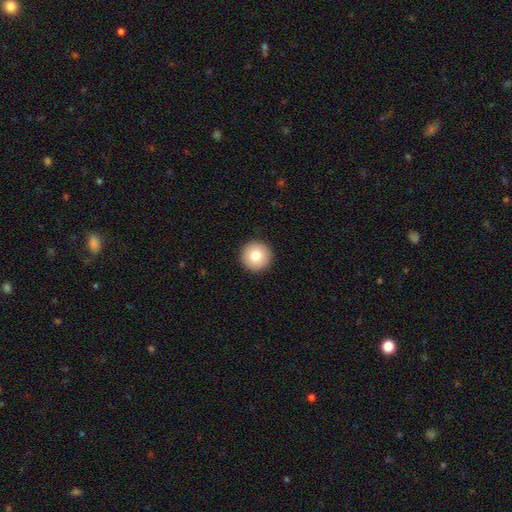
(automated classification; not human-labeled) Overall: smooth (78%). How rounded: round (96%). Merging: none (93%).